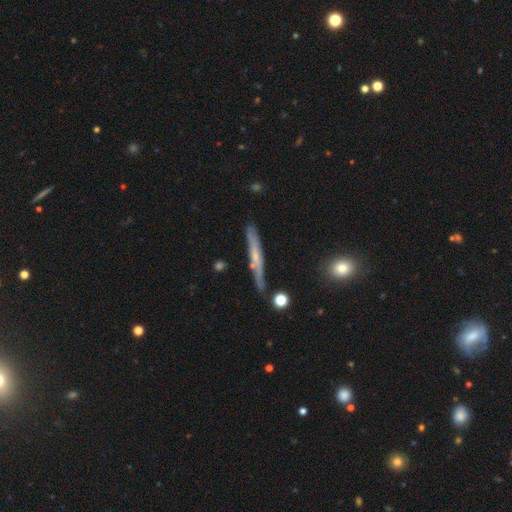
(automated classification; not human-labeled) Smooth or featured?
  - featured or disk: 53% *
  - smooth: 41%
  - star or artifact: 7%
Edge-on disk?
  - yes: 91% *
  - no: 9%
Merging?
  - none: 77% *
  - minor disturbance: 16%
  - merger: 4%
  - major disturbance: 3%